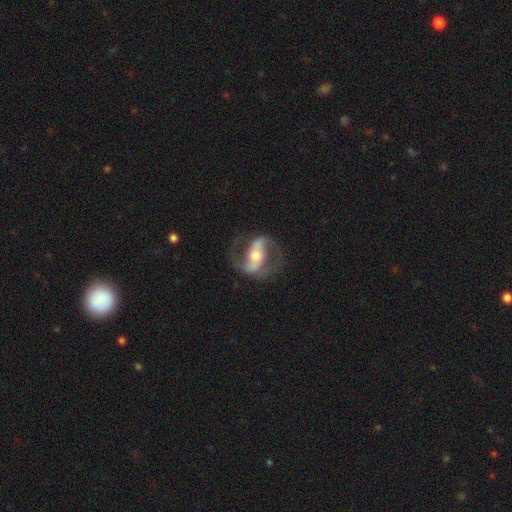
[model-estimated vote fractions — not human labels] featured or disk 85%, smooth 10%, star or artifact 5%. Down the decision tree: edge-on disk — no (94%); bar — strong (55%); spiral arms — yes (89%); spiral arm count — 2 (90%); spiral winding — medium (50%); bulge size — moderate (62%); merging — none (73%).